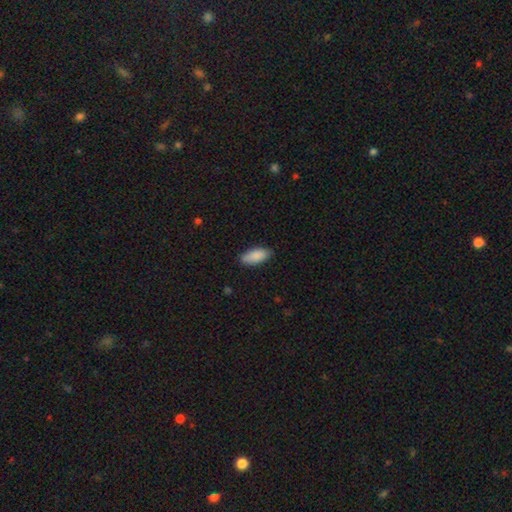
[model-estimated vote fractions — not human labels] smooth_or_featured: smooth (p=0.89) [alt: star or artifact p=0.06]
how_rounded: in between (p=0.85) [alt: cigar-shaped p=0.13]
merging: none (p=0.85) [alt: minor disturbance p=0.12]